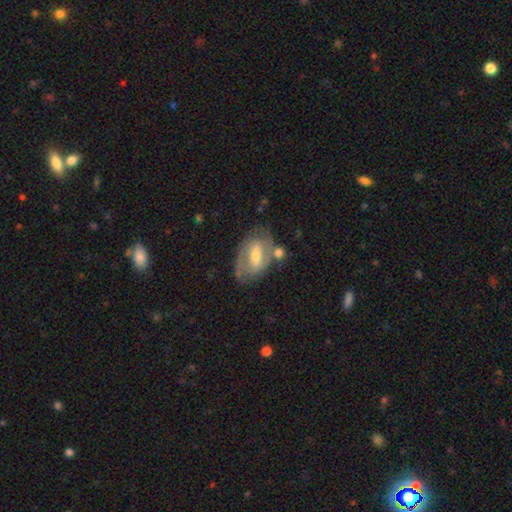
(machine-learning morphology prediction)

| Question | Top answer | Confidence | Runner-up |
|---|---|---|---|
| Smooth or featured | featured or disk | 66% | smooth (28%) |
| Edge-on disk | no | 94% | yes (6%) |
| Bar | weak | 43% | strong (35%) |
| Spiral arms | yes | 66% | no (34%) |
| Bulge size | moderate | 57% | small (35%) |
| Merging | none | 55% | minor disturbance (21%) |